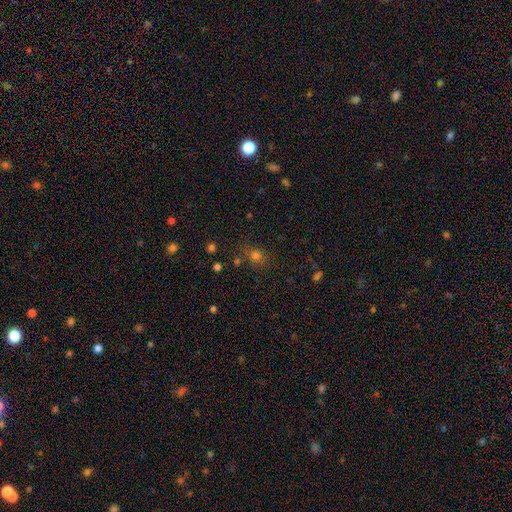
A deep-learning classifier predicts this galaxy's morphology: Overall: smooth (67%). How rounded: round (69%). Merging: none (78%).